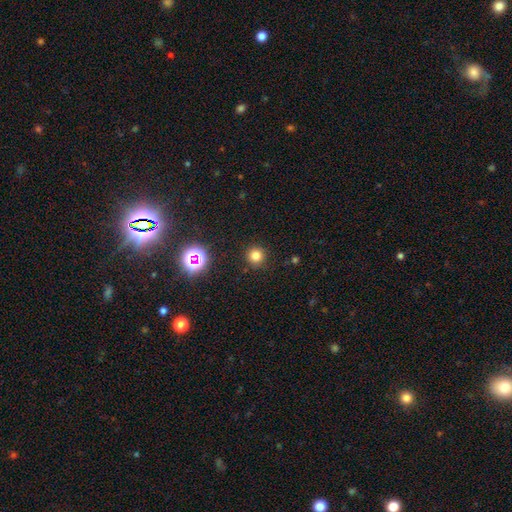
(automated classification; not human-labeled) A smooth galaxy with no disk features (77%) that is round (95%).

Vote fractions:
- Smooth or featured? smooth: 77% / star or artifact: 18% / featured or disk: 5%
- How rounded? round: 95% / in between: 4% / cigar-shaped: 1%
- Merging? none: 91% / minor disturbance: 6% / major disturbance: 2% / merger: 1%